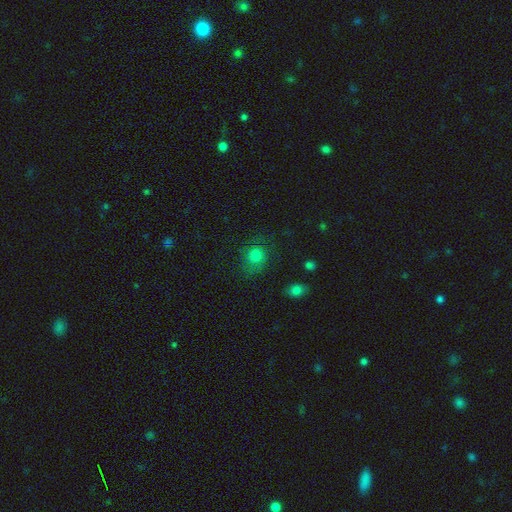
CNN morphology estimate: type=smooth (73%); roundness=round (72%); merging=none (64%).